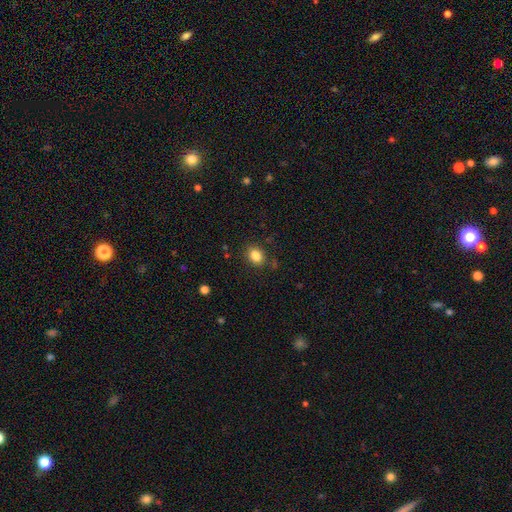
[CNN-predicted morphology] This appears to be a smooth galaxy with no disk features (84%) that is in between round and cigar-shaped (55%). Merging: none (84%).